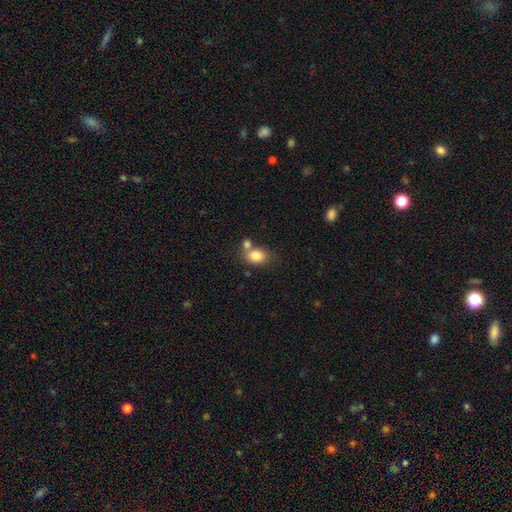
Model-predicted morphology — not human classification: smooth_or_featured: smooth (p=0.82) [alt: star or artifact p=0.09]
how_rounded: in between (p=0.62) [alt: round p=0.37]
merging: none (p=0.48) [alt: merger p=0.36]